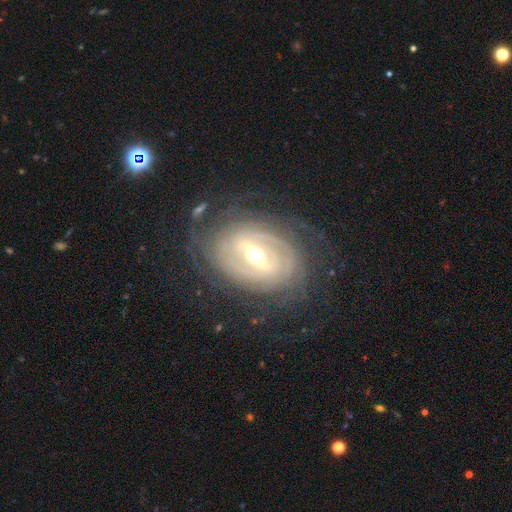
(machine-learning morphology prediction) featured or disk 87%, smooth 7%, star or artifact 6%. Down the decision tree: edge-on disk — no (93%); bar — strong (58%); spiral arms — yes (89%); spiral arm count — can't tell (39%); spiral winding — tight (72%); bulge size — moderate (67%); merging — none (75%).